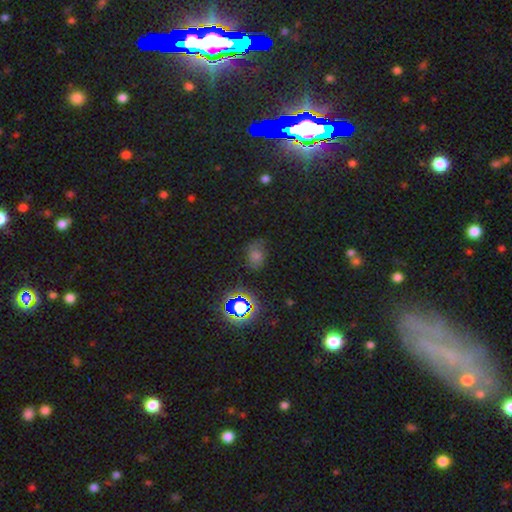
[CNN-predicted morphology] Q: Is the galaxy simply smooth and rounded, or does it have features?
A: smooth — 49%.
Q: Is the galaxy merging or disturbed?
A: none — 64%.